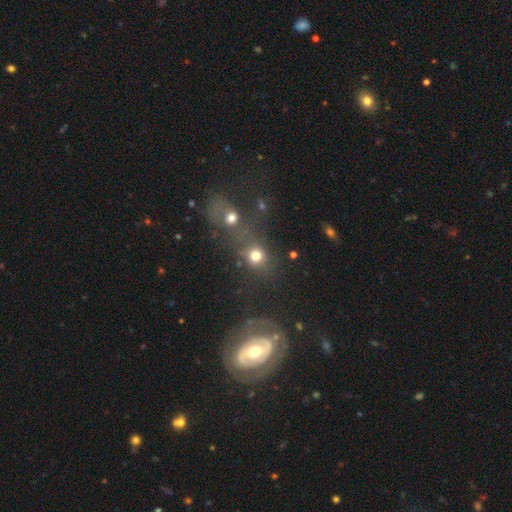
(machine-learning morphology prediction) Q: Smooth or featured?
A: smooth (72%); runner-up: star or artifact (18%)
Q: How rounded?
A: round (77%); runner-up: in between (21%)
Q: Merging?
A: none (46%); runner-up: merger (34%)